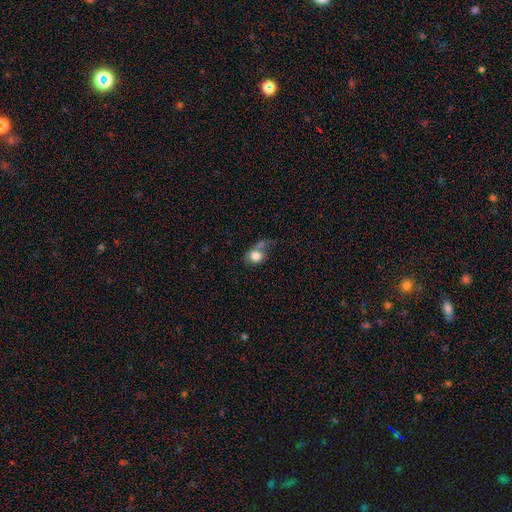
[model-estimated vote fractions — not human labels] This is likely a smooth galaxy (77%). How rounded: likely round (67%). Merging: marginally none (30%).